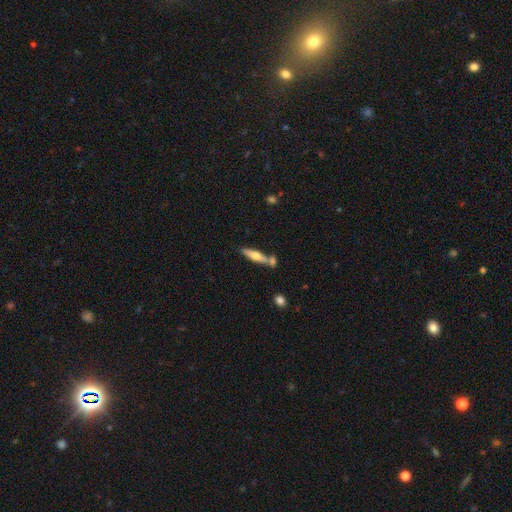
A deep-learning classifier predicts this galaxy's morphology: Overall: smooth (50%; featured or disk 45%). Merging: none (60%; merger 25%).